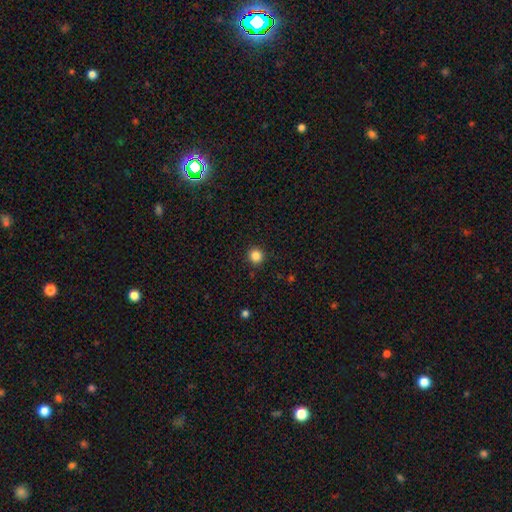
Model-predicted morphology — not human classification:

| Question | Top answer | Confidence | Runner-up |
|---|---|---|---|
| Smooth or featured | smooth | 85% | star or artifact (12%) |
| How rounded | round | 94% | in between (5%) |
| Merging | none | 91% | minor disturbance (6%) |